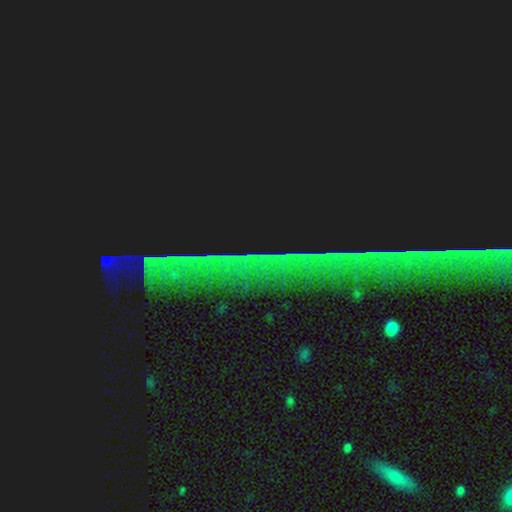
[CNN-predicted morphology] Smooth or featured?
  - star or artifact: 86% *
  - featured or disk: 8%
  - smooth: 7%